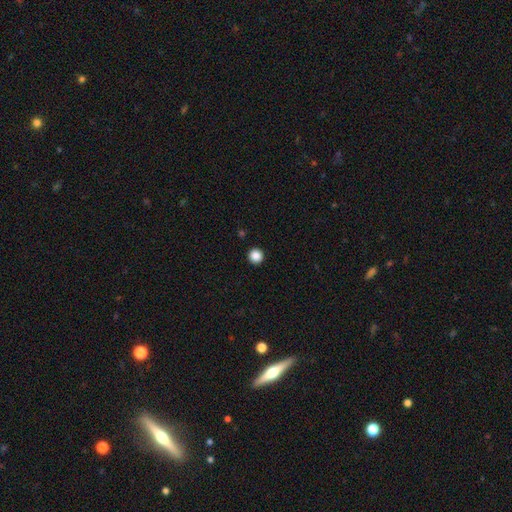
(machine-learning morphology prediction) This is clearly a smooth galaxy (87%). How rounded: clearly round (96%). Merging: clearly none (94%).